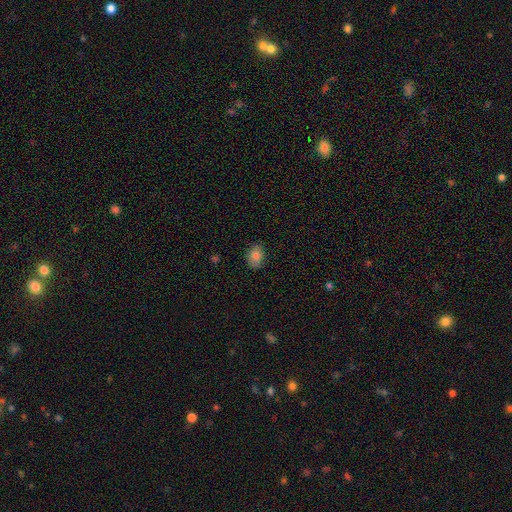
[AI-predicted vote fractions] smooth 82%, star or artifact 9%, featured or disk 9%. Down the decision tree: how rounded — in between (75%); merging — none (79%).